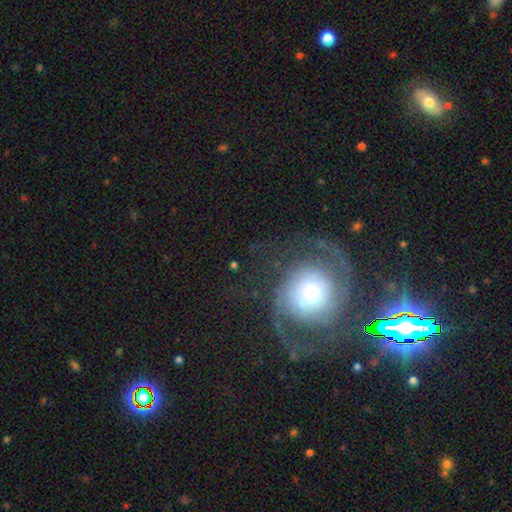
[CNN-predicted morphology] smooth-or-featured: featured or disk: 77% | star or artifact: 12% | smooth: 11%
  disk-edge-on: no: 97% | yes: 3%
    bar: no: 73% | weak: 20% | strong: 7%
    has-spiral-arms: yes: 94% | no: 6%
      spiral-winding: medium: 45% | tight: 34% | loose: 20%
      spiral-arm-count: 2: 79% | can't tell: 9% | 3: 5% | 1: 3% | 4: 2% | more than 4: 2%
    bulge-size: small: 50% | moderate: 35% | large: 9% | dominant: 4% | none: 2%
  merging: none: 69% | major disturbance: 15% | minor disturbance: 13% | merger: 3%